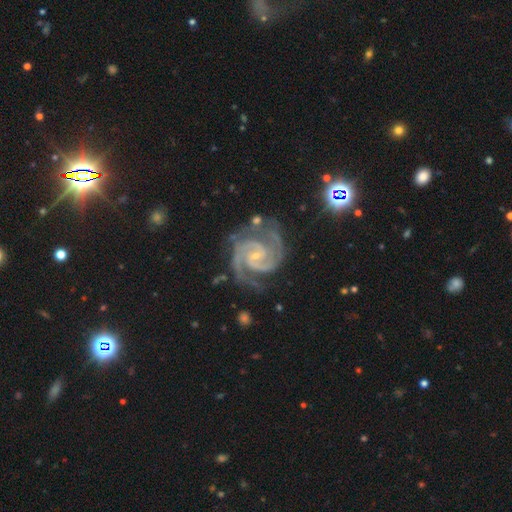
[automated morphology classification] Smooth or featured? featured or disk (94%)
Edge-on disk? no (98%)
Bar? no (46%)
Spiral arms? yes (99%)
Spiral winding? tight (56%)
Spiral arm count? 2 (78%)
Bulge size? small (82%)
Merging? none (67%)